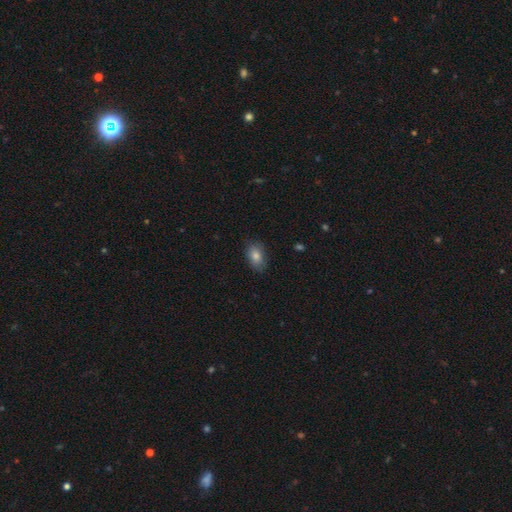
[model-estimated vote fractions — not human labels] A smooth galaxy with no disk features (82%) that is in between round and cigar-shaped (84%). Merging: none (81%).